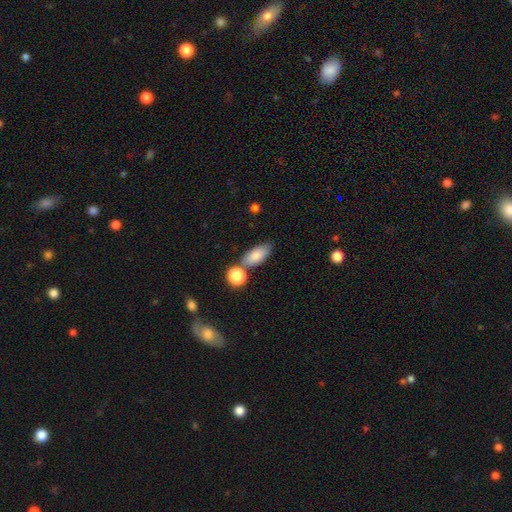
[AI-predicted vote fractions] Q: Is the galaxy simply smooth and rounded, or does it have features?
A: smooth — 82%.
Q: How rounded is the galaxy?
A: in between — 86%.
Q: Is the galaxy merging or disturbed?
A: none — 60%.